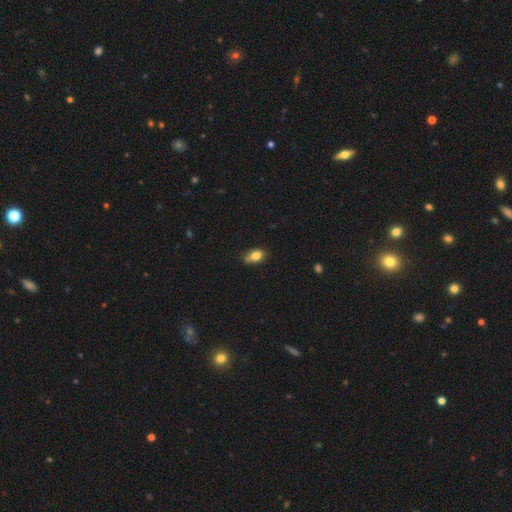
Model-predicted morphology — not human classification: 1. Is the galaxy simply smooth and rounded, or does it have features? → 81% smooth, 10% featured or disk, 9% star or artifact.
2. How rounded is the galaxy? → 82% in between, 15% round, 3% cigar-shaped.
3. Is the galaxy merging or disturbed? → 52% none, 34% minor disturbance, 7% major disturbance, 6% merger.